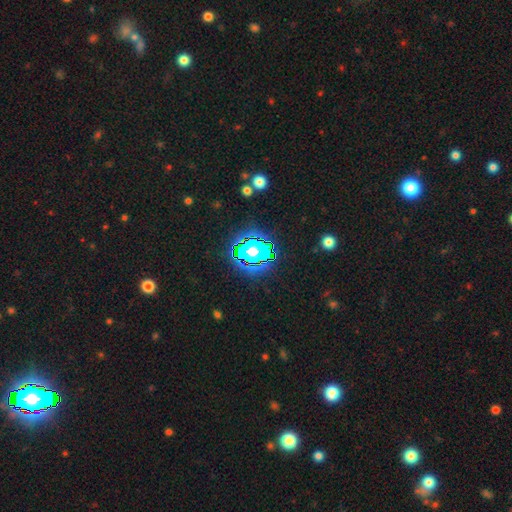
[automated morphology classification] The model was most divided on "smooth or featured": star or artifact: 82%, smooth: 11%, featured or disk: 6%.